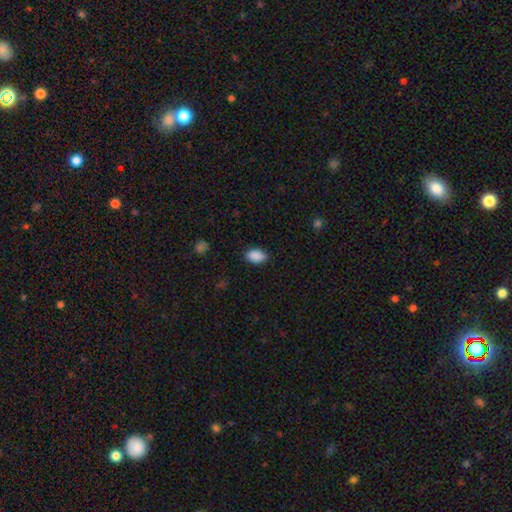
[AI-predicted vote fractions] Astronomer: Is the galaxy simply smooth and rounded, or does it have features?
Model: smooth — 89%.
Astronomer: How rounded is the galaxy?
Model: in between — 89%.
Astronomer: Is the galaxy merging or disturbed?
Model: none — 84%.